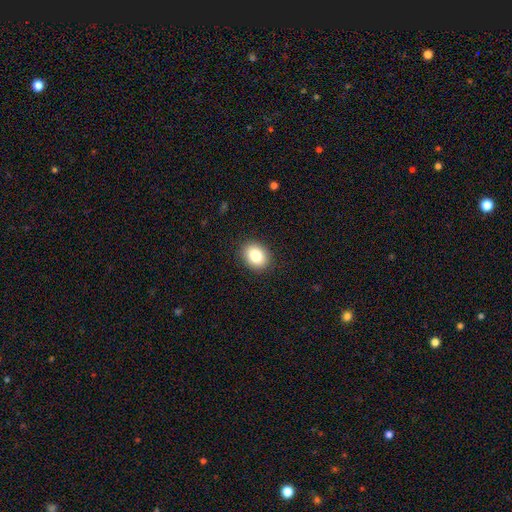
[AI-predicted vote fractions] This appears to be a smooth galaxy with no disk features (84%) that is in between round and cigar-shaped (54%). Merging: none (89%).